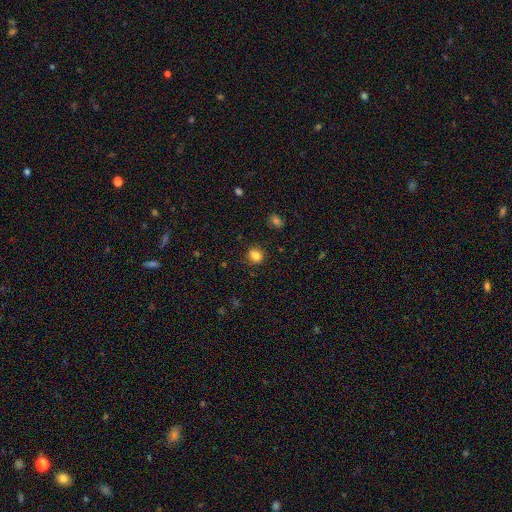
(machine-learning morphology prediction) The model was most divided on "how rounded": round: 73%, in between: 26%, cigar-shaped: 1%. More confident: smooth or featured — smooth (82%); merging — none (78%).